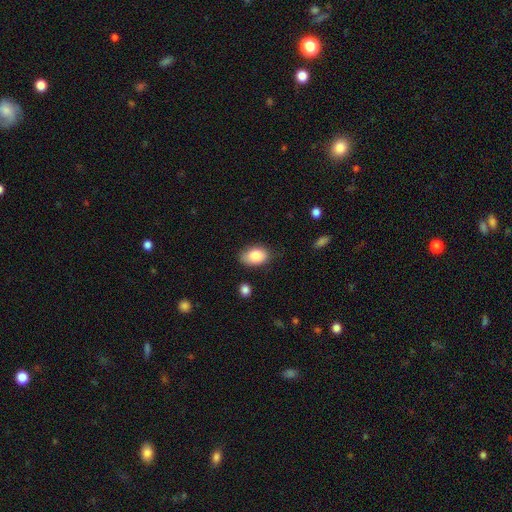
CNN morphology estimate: The model was most divided on "merging": none: 79%, minor disturbance: 16%, major disturbance: 3%, merger: 2%. More confident: how rounded — in between (89%); smooth or featured — smooth (84%).